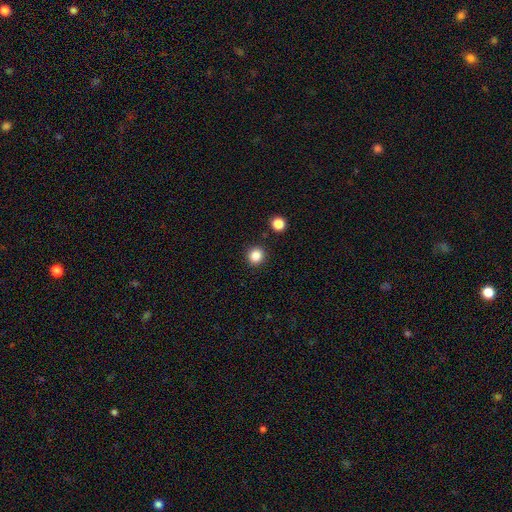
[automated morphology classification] smooth-or-featured: smooth: 85% | star or artifact: 11% | featured or disk: 4%
  how-rounded: round: 92% | in between: 7% | cigar-shaped: 1%
  merging: none: 91% | minor disturbance: 5% | merger: 2% | major disturbance: 2%